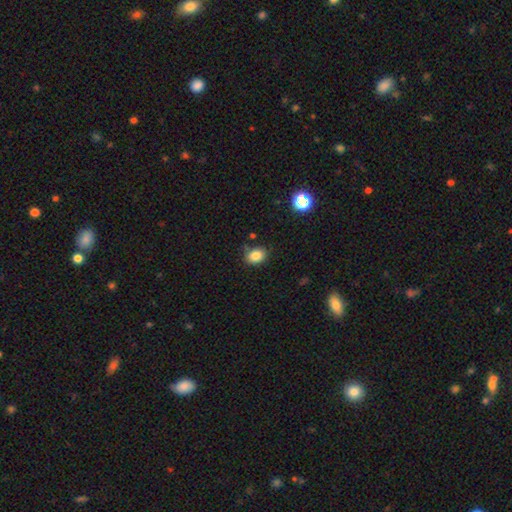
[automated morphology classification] The model was most divided on "how rounded": in between: 61%, round: 38%, cigar-shaped: 1%. More confident: smooth or featured — smooth (84%); merging — none (77%).